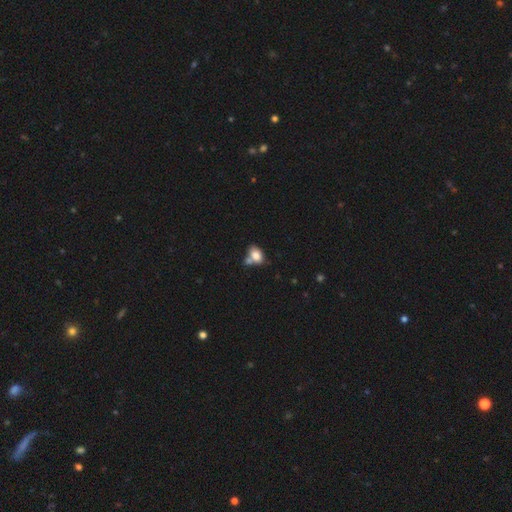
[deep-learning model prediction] Q: Smooth or featured?
A: smooth (79%); runner-up: featured or disk (12%)
Q: How rounded?
A: in between (77%); runner-up: round (21%)
Q: Merging?
A: none (42%); runner-up: merger (37%)